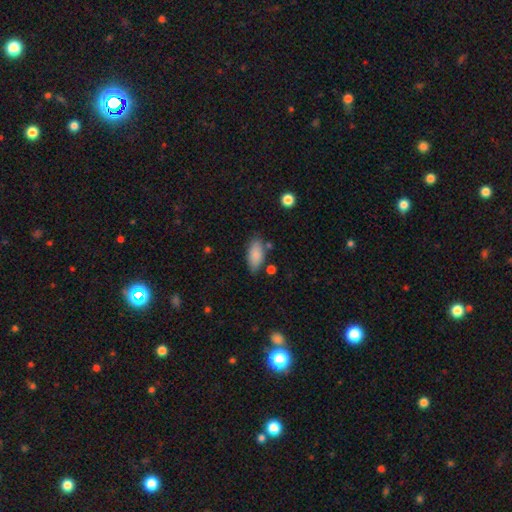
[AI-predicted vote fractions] Morphology: type=smooth (86%); roundness=in between (89%); merging=none (72%).